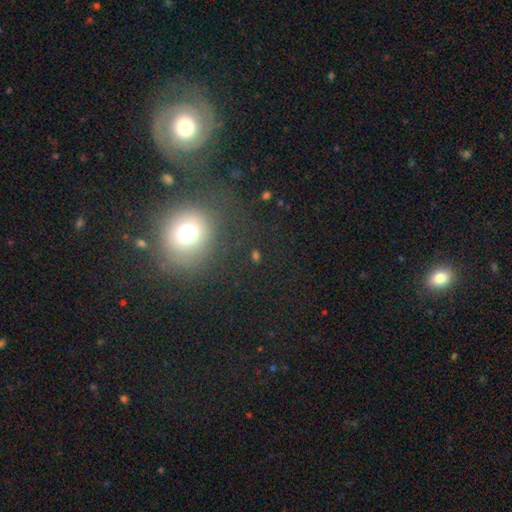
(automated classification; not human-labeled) Smooth or featured: smooth — 54% (star or artifact — 32%)
How rounded: round — 79% (in between — 19%)
Merging: none — 76% (minor disturbance — 11%)